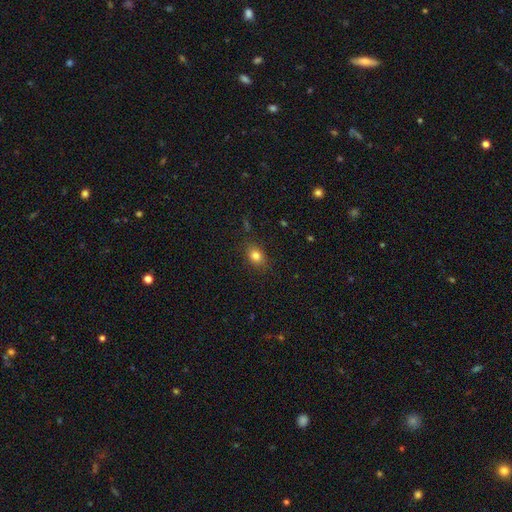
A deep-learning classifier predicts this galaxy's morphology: Smooth or featured? Predicted: smooth (p=0.81). How rounded? Predicted: in between (p=0.61). Merging? Predicted: none (p=0.85).